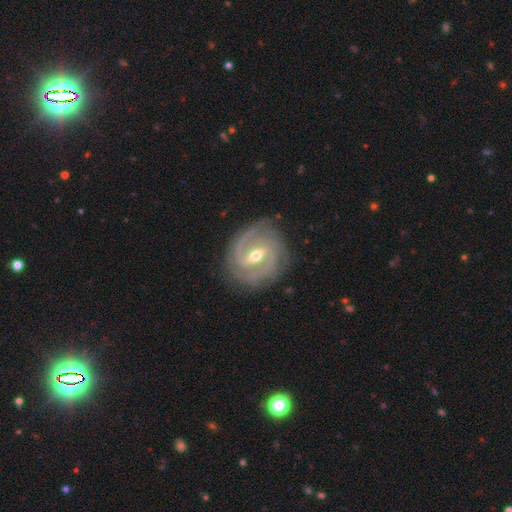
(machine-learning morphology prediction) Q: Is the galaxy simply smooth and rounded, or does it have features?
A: featured or disk — 91%.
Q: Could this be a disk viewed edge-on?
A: no — 97%.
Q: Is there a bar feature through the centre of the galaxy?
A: strong — 47%.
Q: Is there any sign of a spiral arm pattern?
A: yes — 97%.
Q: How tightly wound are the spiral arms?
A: tight — 64%.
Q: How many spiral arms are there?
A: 2 — 52%.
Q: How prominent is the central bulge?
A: moderate — 64%.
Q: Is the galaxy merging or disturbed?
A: none — 82%.